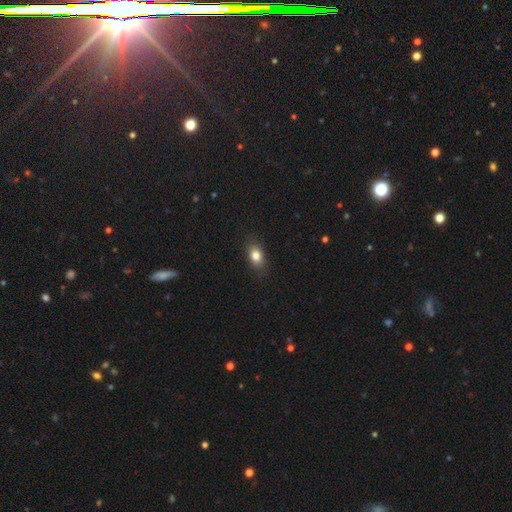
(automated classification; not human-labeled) Overall: smooth (82%). How rounded: in between (78%). Merging: none (85%).